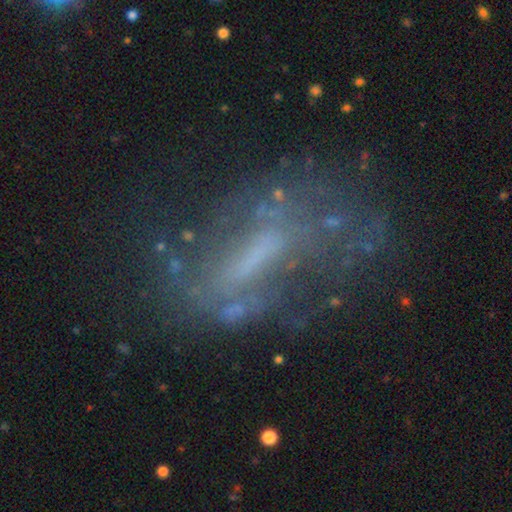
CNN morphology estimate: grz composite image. It shows a featured or disk galaxy (59%). Merging: none (48%).